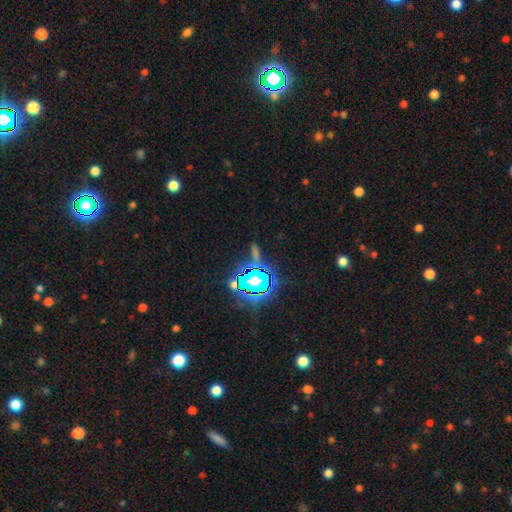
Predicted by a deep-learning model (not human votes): This is likely a star or artifact rather than a galaxy (72%).